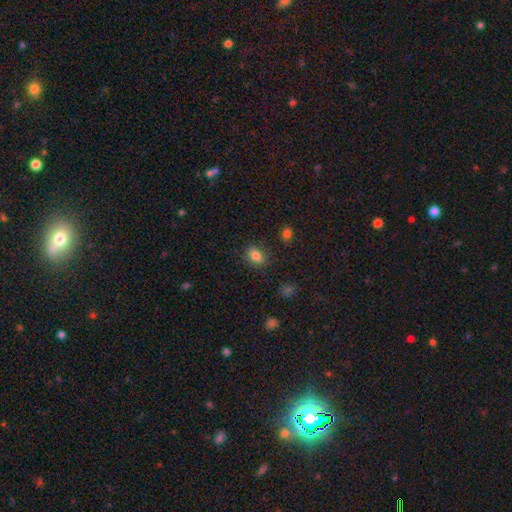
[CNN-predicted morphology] type=smooth (83%); roundness=in between (76%); merging=none (81%).